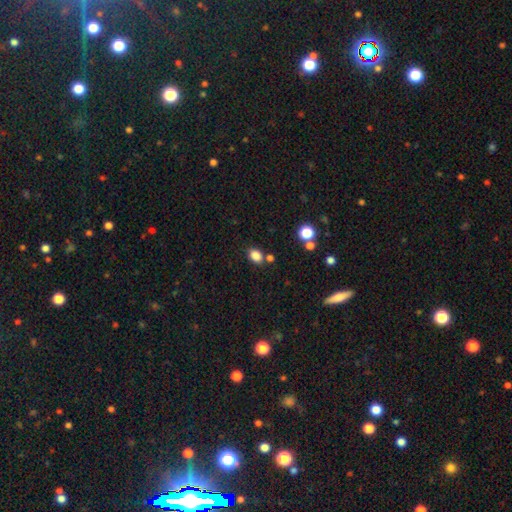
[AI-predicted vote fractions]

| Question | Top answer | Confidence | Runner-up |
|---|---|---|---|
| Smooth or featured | smooth | 83% | star or artifact (12%) |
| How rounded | in between | 67% | round (32%) |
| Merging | none | 73% | minor disturbance (13%) |